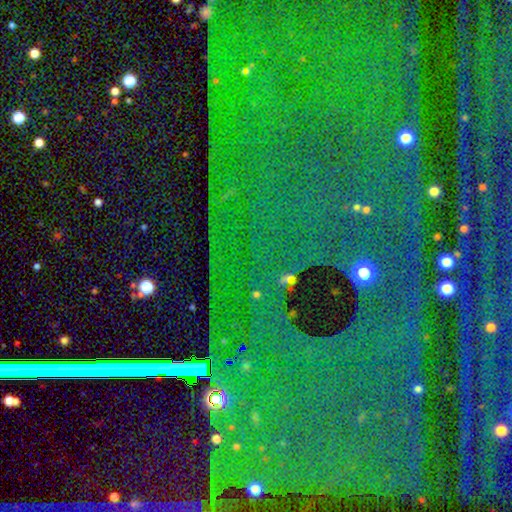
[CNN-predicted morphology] Smooth or featured?
  - star or artifact: 83% *
  - featured or disk: 10%
  - smooth: 7%